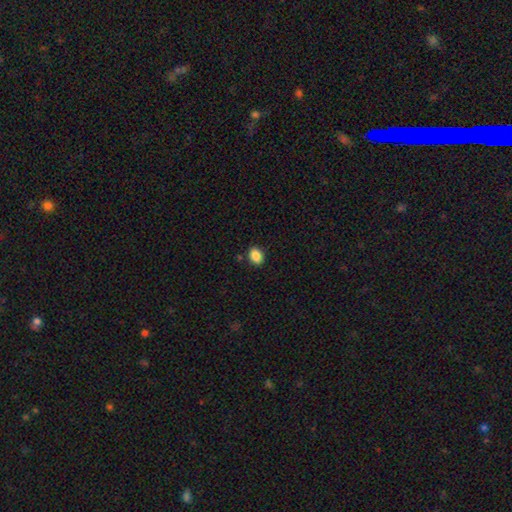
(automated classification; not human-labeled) smooth-or-featured: smooth: 88% | star or artifact: 9% | featured or disk: 4%
  how-rounded: in between: 67% | round: 32% | cigar-shaped: 1%
  merging: none: 87% | minor disturbance: 9% | major disturbance: 2% | merger: 2%